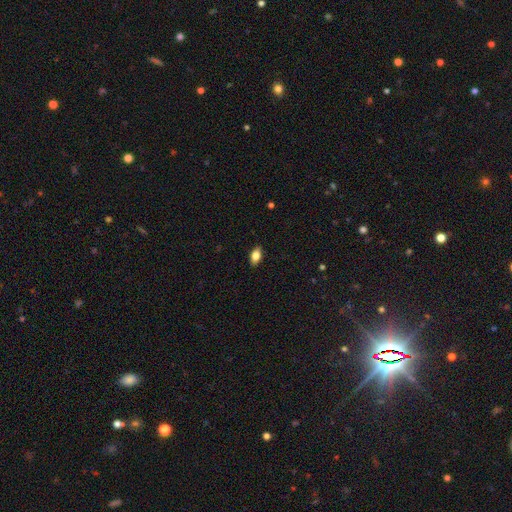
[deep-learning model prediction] A smooth galaxy with no disk features (79%) that is in between round and cigar-shaped (88%). Merging: none (88%).